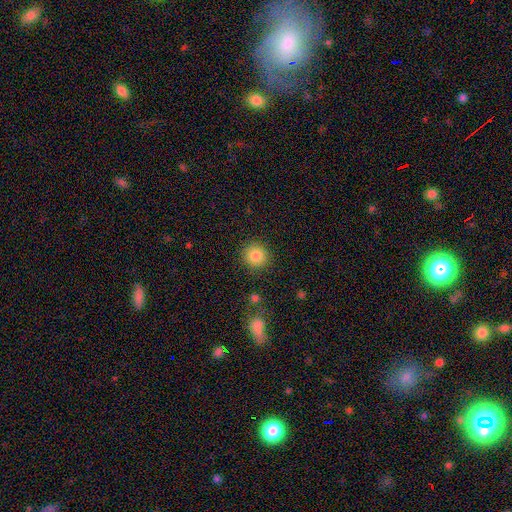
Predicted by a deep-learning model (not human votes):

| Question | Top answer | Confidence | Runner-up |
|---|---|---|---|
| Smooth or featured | smooth | 85% | star or artifact (10%) |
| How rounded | round | 92% | in between (7%) |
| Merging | none | 88% | minor disturbance (7%) |